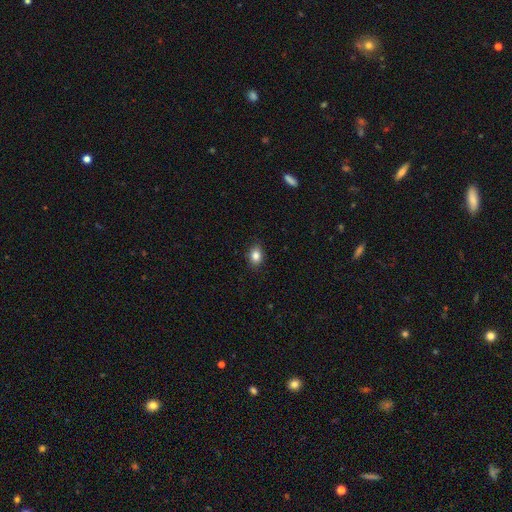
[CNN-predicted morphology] type=smooth (84%); roundness=in between (68%); merging=none (87%).